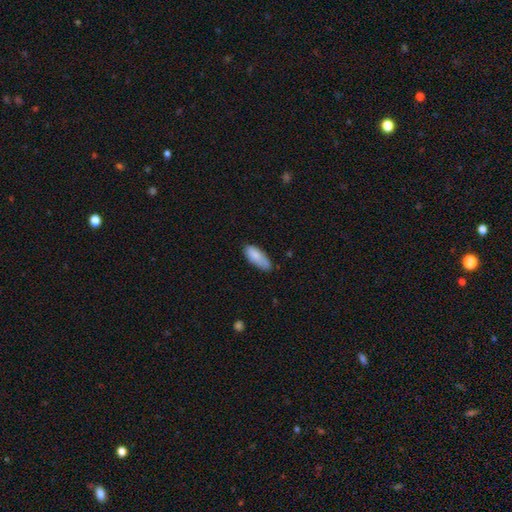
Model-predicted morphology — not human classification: Smooth or featured? Predicted: smooth (p=0.84). How rounded? Predicted: in between (p=0.75). Merging? Predicted: none (p=0.64).